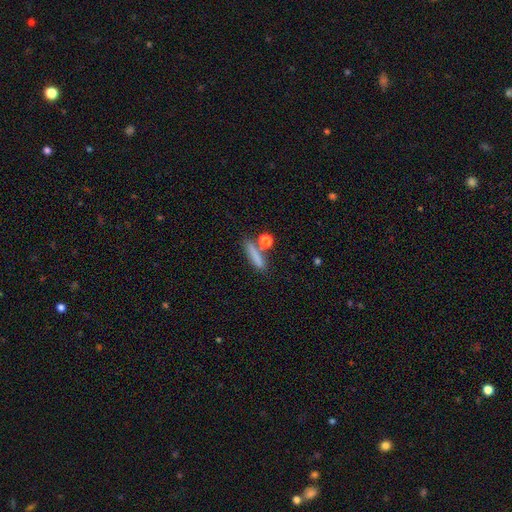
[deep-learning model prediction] Smooth or featured? smooth (77%)
How rounded? cigar-shaped (70%)
Merging? none (67%)